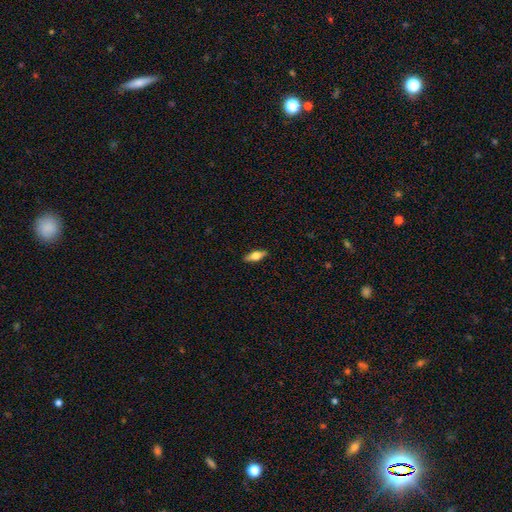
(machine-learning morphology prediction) Q: Smooth or featured?
A: smooth (53%); runner-up: featured or disk (40%)
Q: How rounded?
A: in between (60%); runner-up: cigar-shaped (37%)
Q: Merging?
A: none (89%); runner-up: minor disturbance (8%)